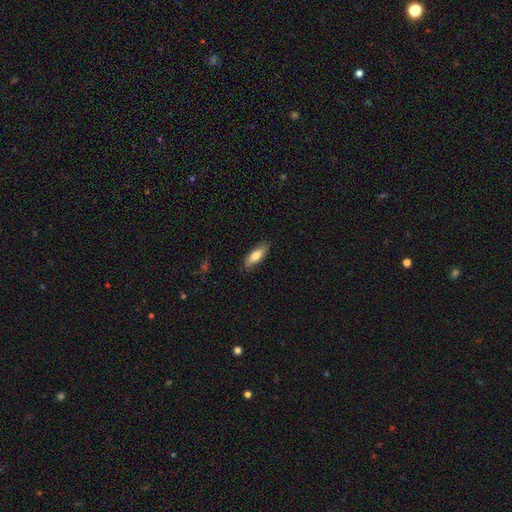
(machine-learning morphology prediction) A smooth galaxy with no disk features (72%) that is in between round and cigar-shaped (57%). Merging: none (86%).